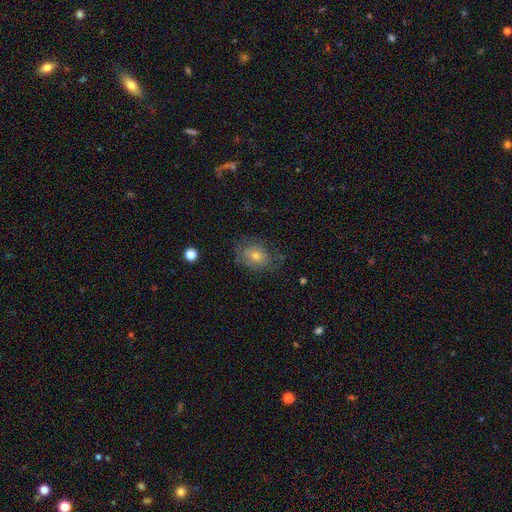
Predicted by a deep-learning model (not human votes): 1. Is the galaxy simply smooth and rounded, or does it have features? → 50% smooth, 38% featured or disk, 12% star or artifact.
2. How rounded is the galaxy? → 61% in between, 37% round, 1% cigar-shaped.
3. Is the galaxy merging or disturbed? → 61% none, 24% minor disturbance, 13% major disturbance, 2% merger.